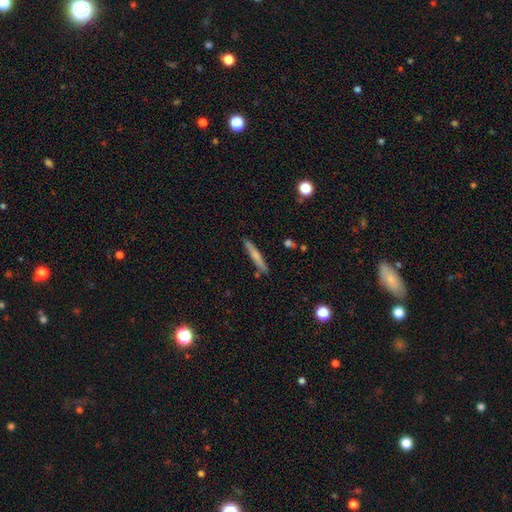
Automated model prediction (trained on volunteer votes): A smooth galaxy with no disk features (61%) that is cigar-shaped (94%).

Vote fractions:
- Smooth or featured? smooth: 61% / featured or disk: 33% / star or artifact: 6%
- How rounded? cigar-shaped: 94% / in between: 4% / round: 1%
- Merging? none: 87% / minor disturbance: 9% / merger: 3% / major disturbance: 2%